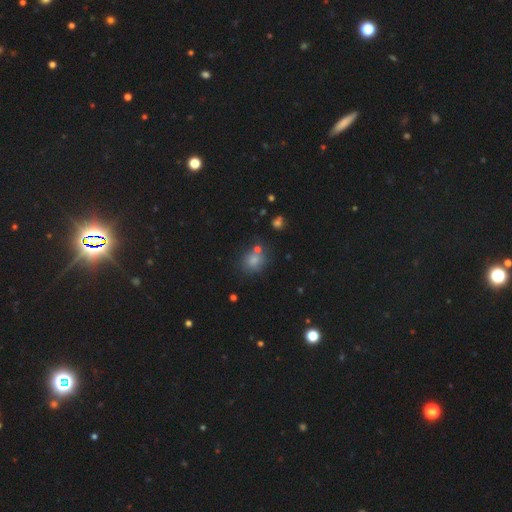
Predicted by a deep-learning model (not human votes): smooth_or_featured: smooth (p=0.66) [alt: star or artifact p=0.26]
how_rounded: round (p=0.75) [alt: in between p=0.24]
merging: none (p=0.70) [alt: merger p=0.15]